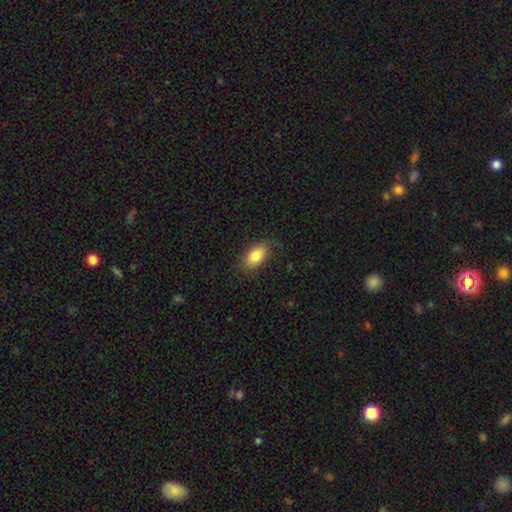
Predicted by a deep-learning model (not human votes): A smooth galaxy with no disk features (81%) that is in between round and cigar-shaped (90%). Merging: none (76%).